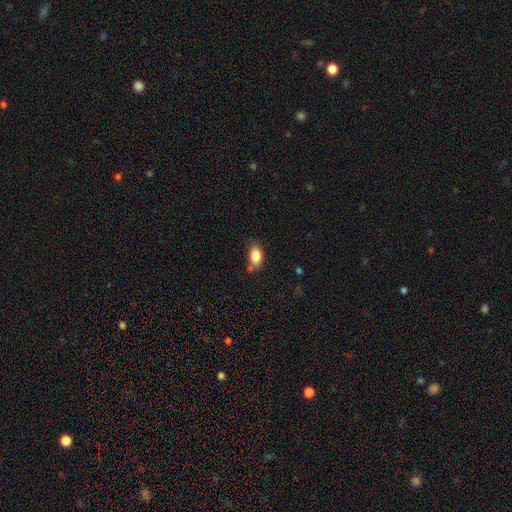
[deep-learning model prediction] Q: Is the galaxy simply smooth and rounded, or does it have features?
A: smooth — 85%.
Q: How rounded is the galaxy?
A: in between — 88%.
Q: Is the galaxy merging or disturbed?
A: none — 61%.